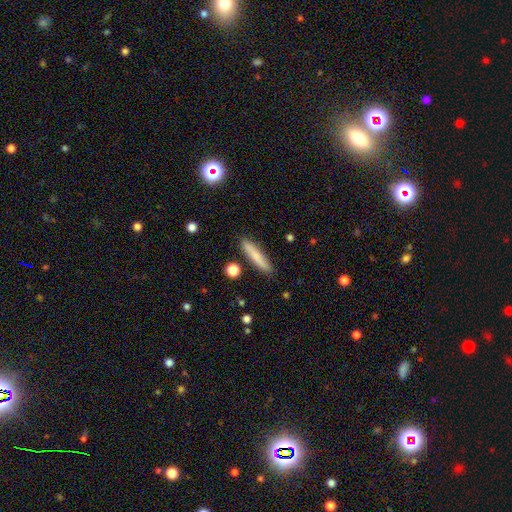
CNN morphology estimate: smooth 73%, featured or disk 20%, star or artifact 7%. Down the decision tree: how rounded — cigar-shaped (87%); merging — none (87%).